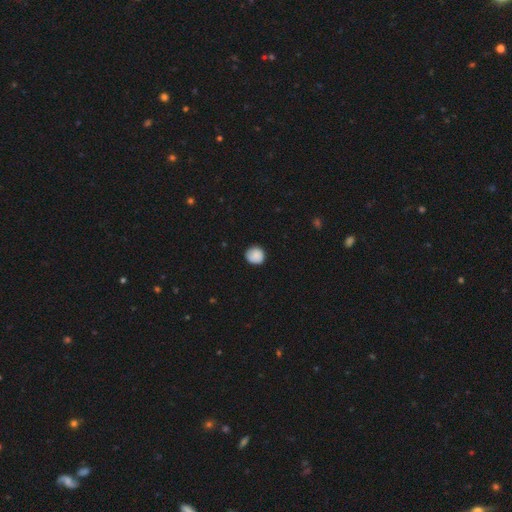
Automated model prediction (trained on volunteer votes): The model was most divided on "merging": none: 84%, minor disturbance: 13%, major disturbance: 2%, merger: 1%. More confident: how rounded — round (91%); smooth or featured — smooth (87%).